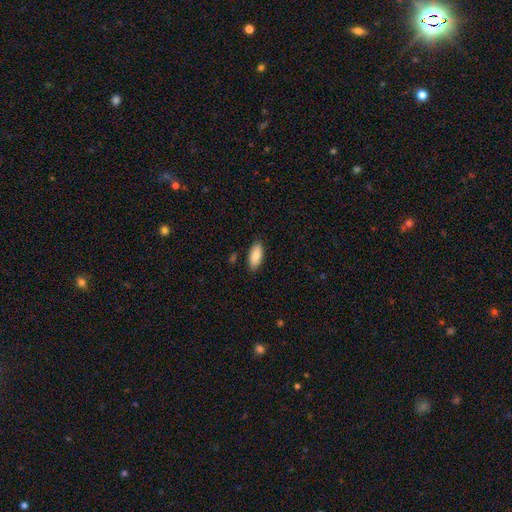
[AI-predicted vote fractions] The model was most divided on "how rounded": in between: 87%, cigar-shaped: 11%, round: 2%. More confident: merging — none (87%); smooth or featured — smooth (87%).